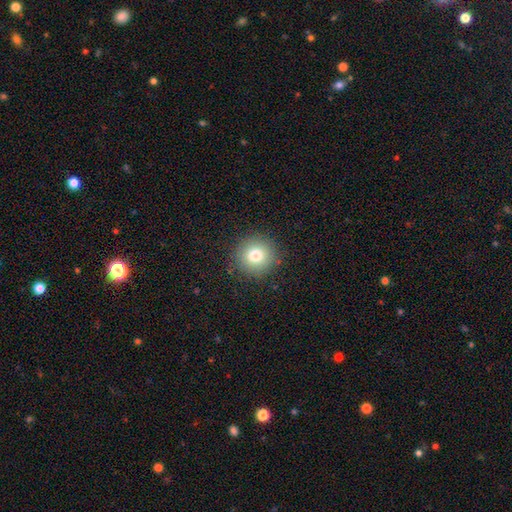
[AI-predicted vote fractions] The model was most divided on "smooth or featured": smooth: 79%, star or artifact: 11%, featured or disk: 10%. More confident: how rounded — round (94%); merging — none (89%).